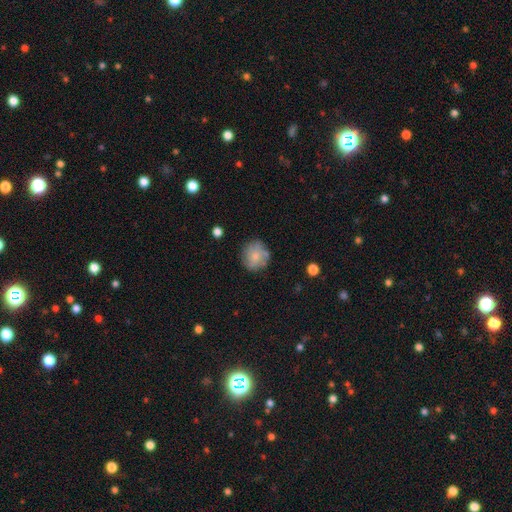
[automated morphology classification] A smooth galaxy with no disk features (67%) that is round (85%). Merging: none (73%).